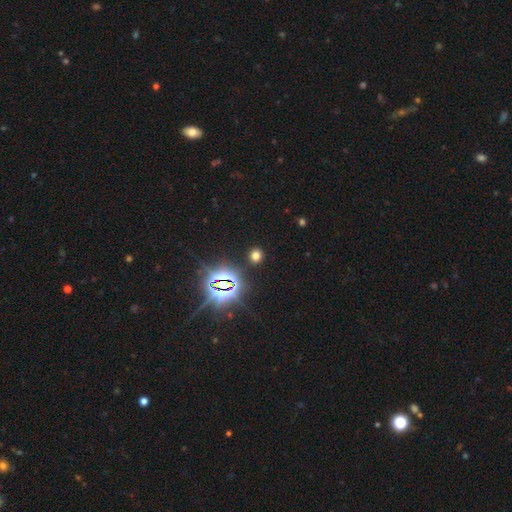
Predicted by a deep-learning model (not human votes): smooth 63%, star or artifact 31%, featured or disk 6%. Down the decision tree: how rounded — round (82%); merging — none (89%).